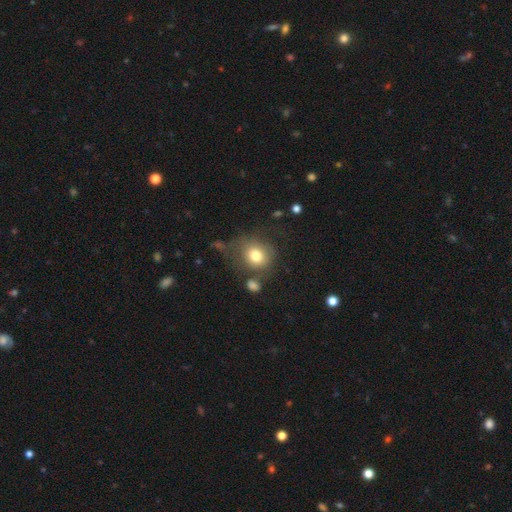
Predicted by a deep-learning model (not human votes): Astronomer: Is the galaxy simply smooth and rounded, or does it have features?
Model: smooth — 78%.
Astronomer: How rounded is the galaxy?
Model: round — 74%.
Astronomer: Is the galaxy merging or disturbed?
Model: none — 60%.